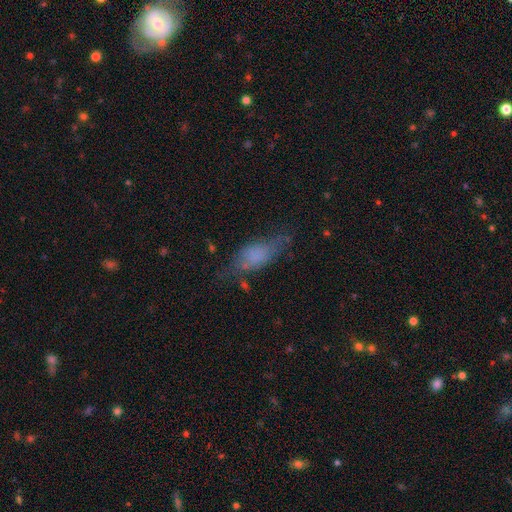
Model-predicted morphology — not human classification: smooth 63%, featured or disk 26%, star or artifact 11%. Down the decision tree: how rounded — in between (71%); merging — none (50%).